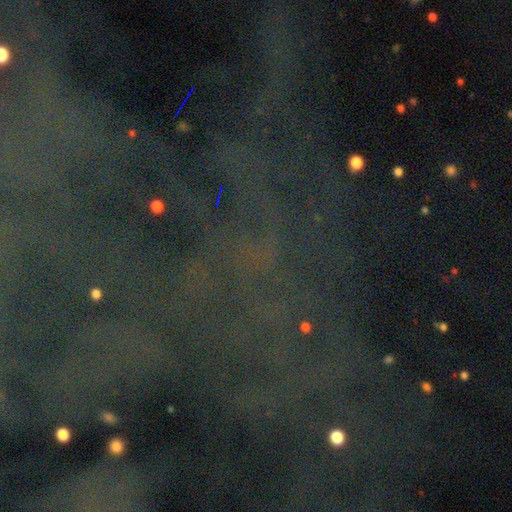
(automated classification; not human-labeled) smooth-or-featured: star or artifact: 81% | featured or disk: 11% | smooth: 8%